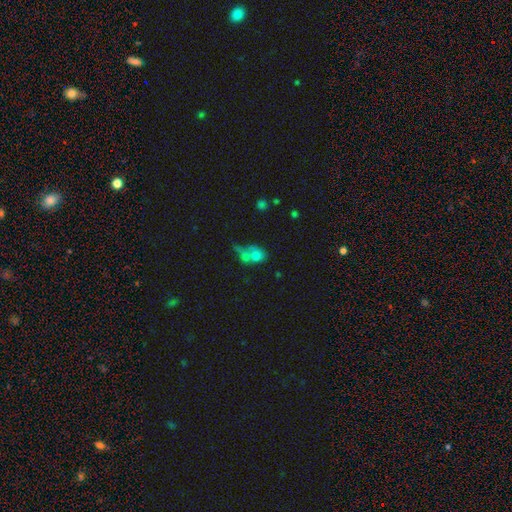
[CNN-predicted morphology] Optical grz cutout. It shows a smooth galaxy with no disk features (68%) that is round (49%, tied with in between). Merging: merger (58%).